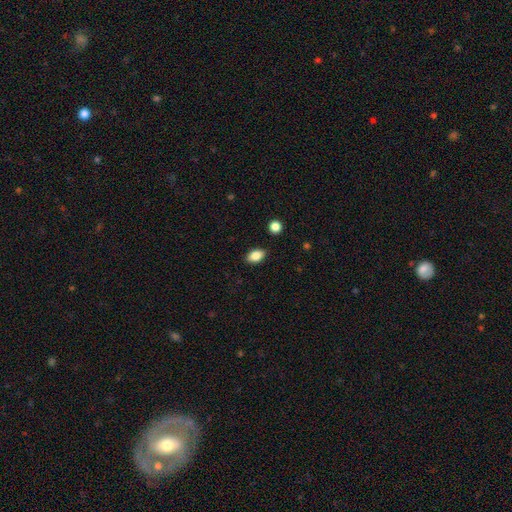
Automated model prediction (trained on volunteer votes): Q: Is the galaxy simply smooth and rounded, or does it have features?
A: smooth — 85%.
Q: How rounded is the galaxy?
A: in between — 87%.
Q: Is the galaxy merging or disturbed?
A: none — 87%.